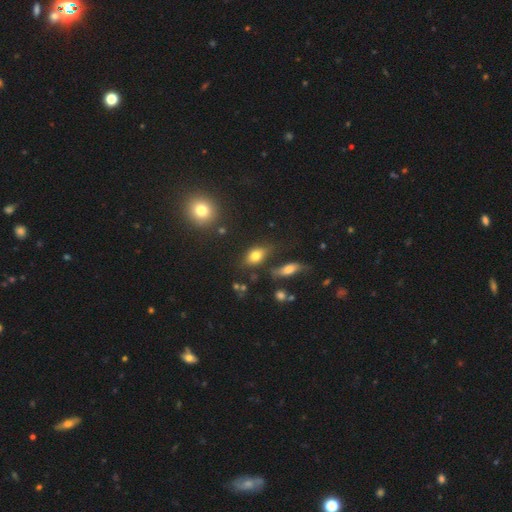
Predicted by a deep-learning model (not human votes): smooth-or-featured: smooth: 78% | featured or disk: 11% | star or artifact: 11%
  how-rounded: in between: 80% | round: 17% | cigar-shaped: 3%
  merging: none: 68% | minor disturbance: 17% | merger: 8% | major disturbance: 6%